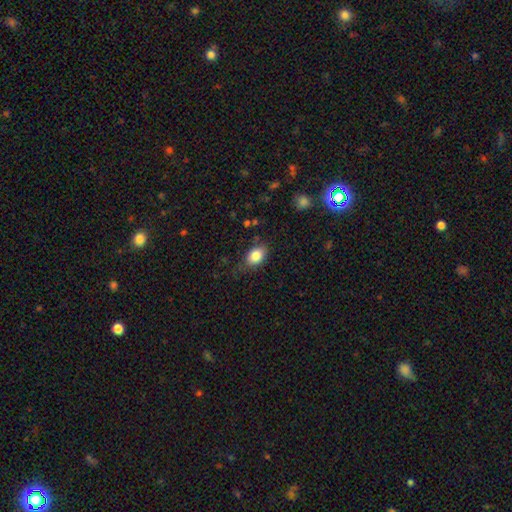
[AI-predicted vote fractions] Q: Smooth or featured?
A: smooth (84%); runner-up: star or artifact (8%)
Q: How rounded?
A: in between (81%); runner-up: round (17%)
Q: Merging?
A: none (72%); runner-up: minor disturbance (20%)